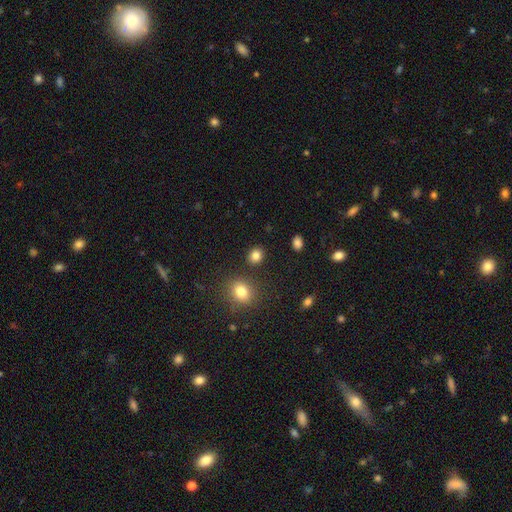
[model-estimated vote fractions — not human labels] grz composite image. It shows a smooth galaxy with no disk features (84%) that is round (67%). Merging: none (86%).